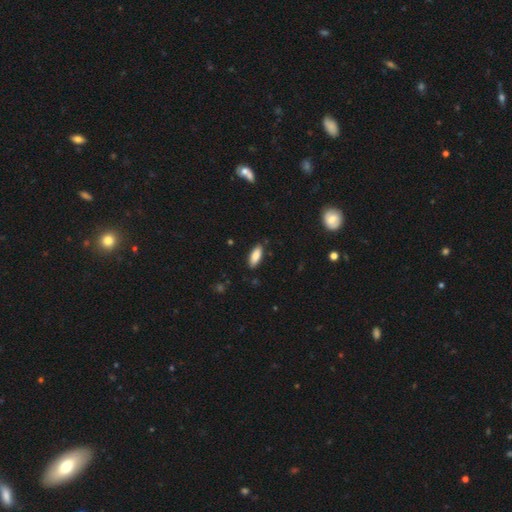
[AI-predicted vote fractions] Smooth or featured? smooth (84%)
How rounded? in between (77%)
Merging? none (86%)